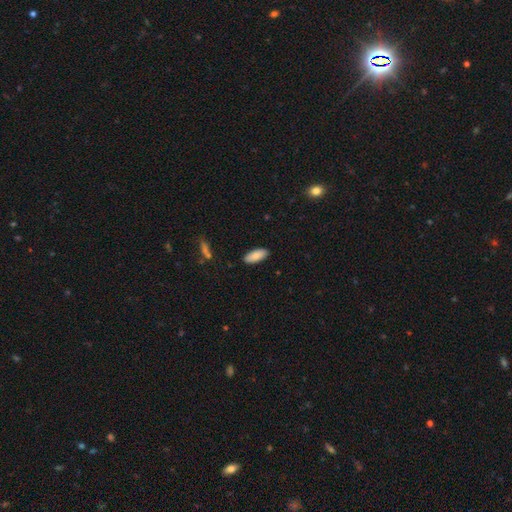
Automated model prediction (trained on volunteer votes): Morphology: type=smooth (86%); roundness=in between (84%); merging=none (88%).